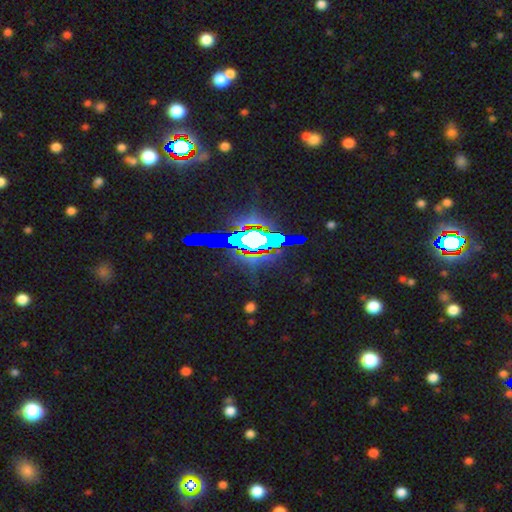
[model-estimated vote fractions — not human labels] Smooth or featured: star or artifact — 63% (featured or disk — 25%)